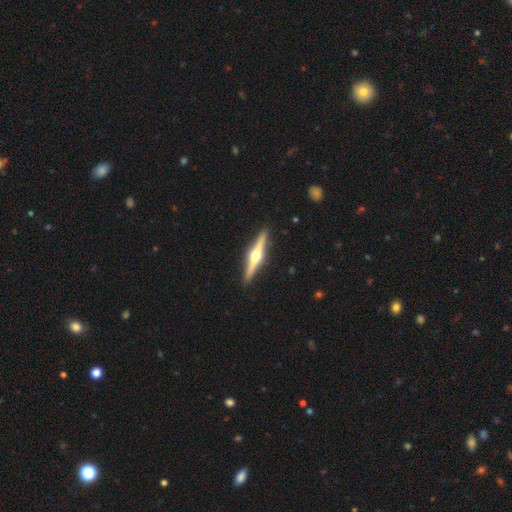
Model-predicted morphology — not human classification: smooth_or_featured: featured or disk (p=0.79) [alt: smooth p=0.17]
disk_edge_on: yes (p=0.98) [alt: no p=0.02]
edge_on_bulge: rounded (p=0.95) [alt: boxy p=0.03]
merging: none (p=0.92) [alt: minor disturbance p=0.06]